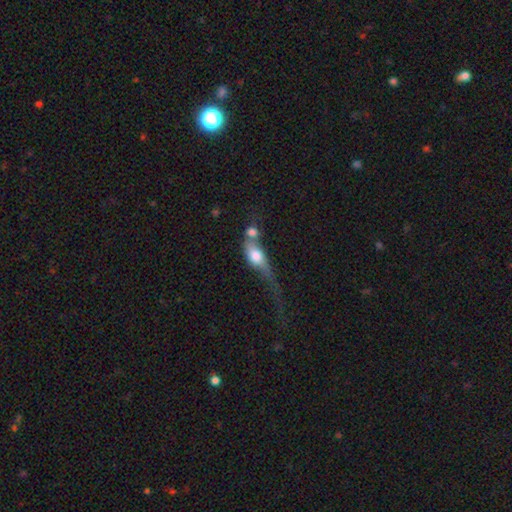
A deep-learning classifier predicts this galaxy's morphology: smooth-or-featured: smooth: 59% | featured or disk: 33% | star or artifact: 9%
  how-rounded: in between: 63% | cigar-shaped: 21% | round: 16%
  merging: merger: 52% | major disturbance: 20% | none: 16% | minor disturbance: 11%